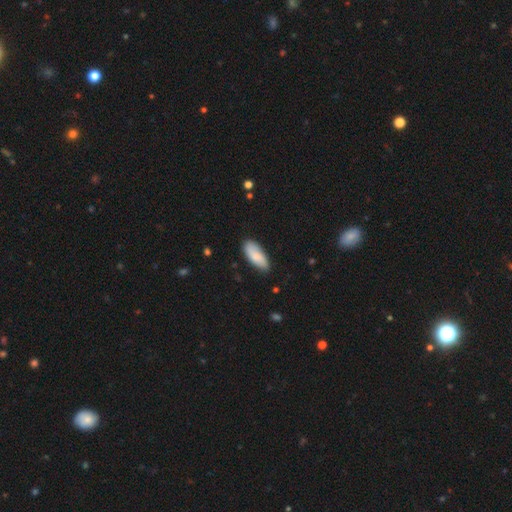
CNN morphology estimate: This appears to be a smooth galaxy with no disk features (82%) that is in between round and cigar-shaped (80%). Merging: none (81%).